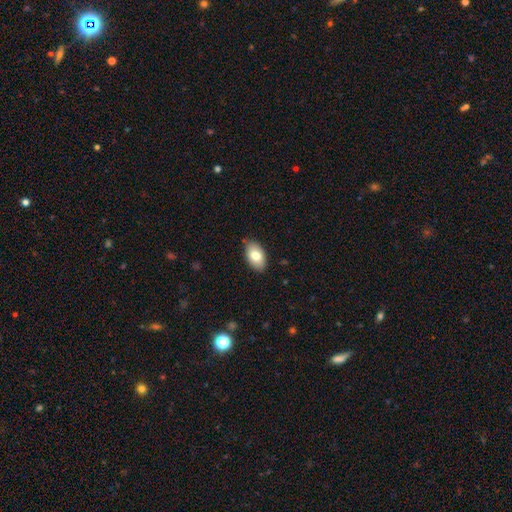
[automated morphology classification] Smooth or featured? smooth (78%)
How rounded? in between (93%)
Merging? none (84%)